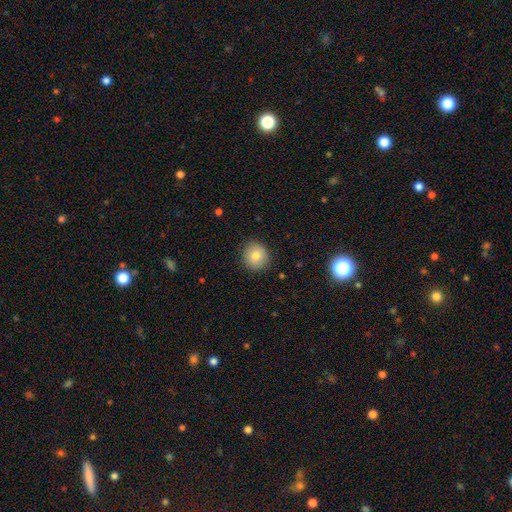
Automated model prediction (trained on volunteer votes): Smooth or featured: smooth — 81% (featured or disk — 10%)
How rounded: round — 89% (in between — 10%)
Merging: none — 88% (minor disturbance — 8%)